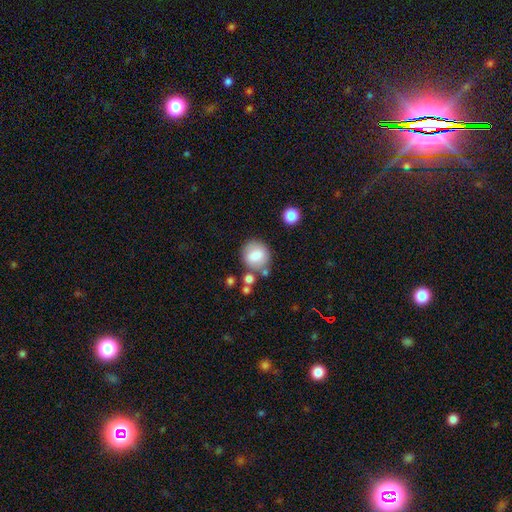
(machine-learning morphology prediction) Smooth or featured: smooth — 78% (featured or disk — 14%)
How rounded: round — 80% (in between — 19%)
Merging: none — 70% (minor disturbance — 15%)